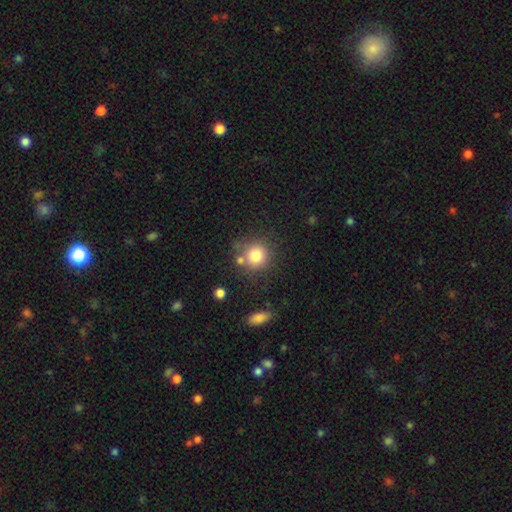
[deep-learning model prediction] Morphology: type=smooth (81%); roundness=round (89%); merging=none (69%).